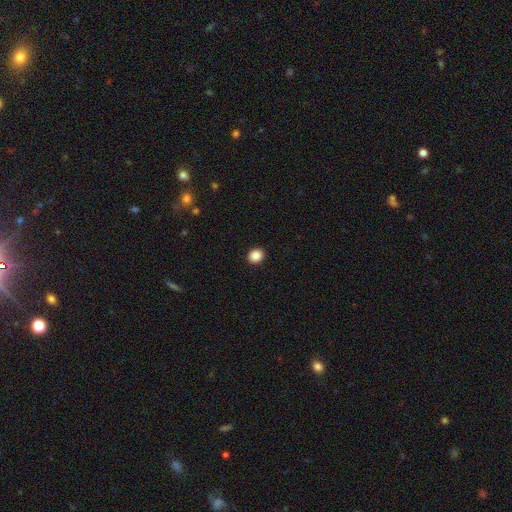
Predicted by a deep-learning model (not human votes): smooth_or_featured: smooth (p=0.87) [alt: star or artifact p=0.09]
how_rounded: round (p=0.72) [alt: in between p=0.28]
merging: none (p=0.93) [alt: minor disturbance p=0.05]